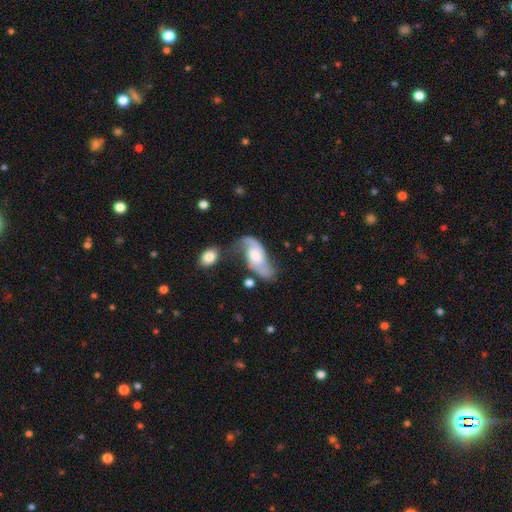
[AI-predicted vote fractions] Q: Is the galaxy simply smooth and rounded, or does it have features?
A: featured or disk — 75%.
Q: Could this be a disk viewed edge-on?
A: no — 94%.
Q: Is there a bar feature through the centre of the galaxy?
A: no — 56%.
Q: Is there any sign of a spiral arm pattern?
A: yes — 93%.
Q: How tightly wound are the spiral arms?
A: loose — 58%.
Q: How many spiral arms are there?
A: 2 — 84%.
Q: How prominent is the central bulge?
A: moderate — 45%.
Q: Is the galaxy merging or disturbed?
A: none — 43%.